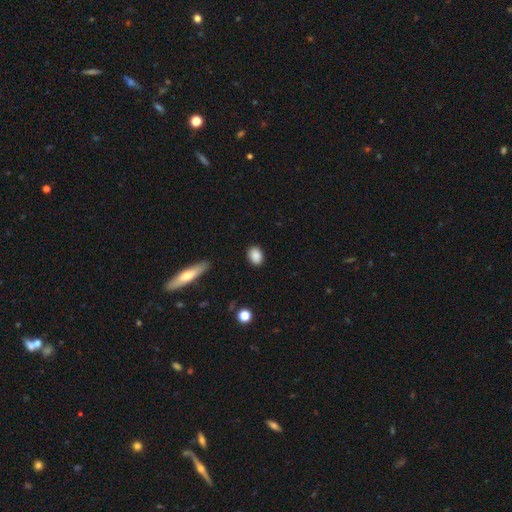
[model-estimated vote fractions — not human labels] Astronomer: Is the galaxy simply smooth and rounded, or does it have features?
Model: smooth — 88%.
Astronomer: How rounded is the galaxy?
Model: in between — 72%.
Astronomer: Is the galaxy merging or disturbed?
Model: none — 86%.